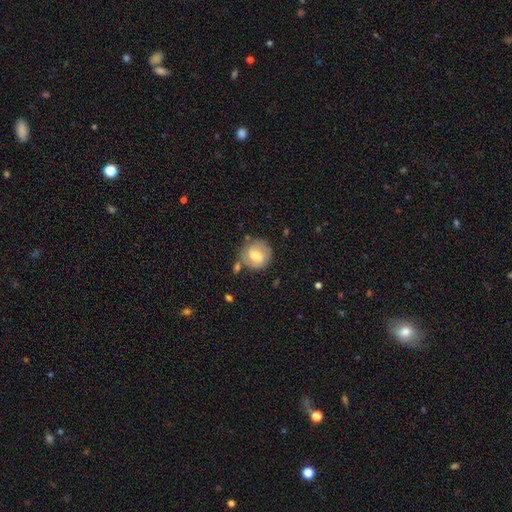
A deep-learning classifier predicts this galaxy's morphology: Smooth or featured: smooth — 51% (featured or disk — 42%)
How rounded: round — 83% (in between — 15%)
Merging: none — 66% (minor disturbance — 18%)